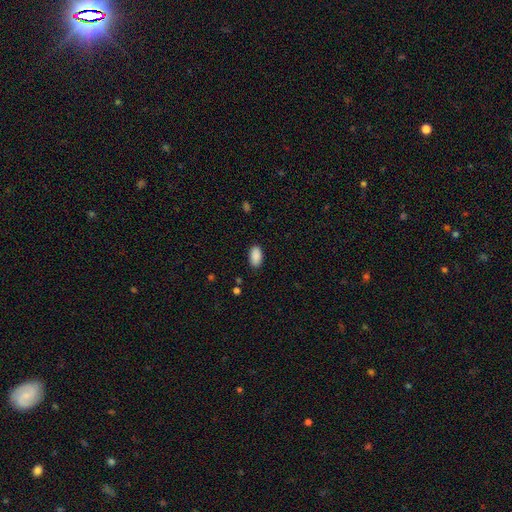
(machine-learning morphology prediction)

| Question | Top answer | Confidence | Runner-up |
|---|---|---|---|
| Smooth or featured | smooth | 90% | star or artifact (7%) |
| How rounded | in between | 95% | round (3%) |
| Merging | none | 88% | minor disturbance (9%) |